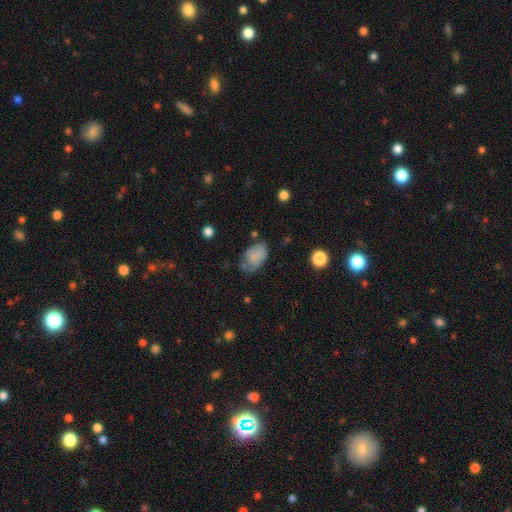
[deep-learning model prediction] Smooth or featured?
  - smooth: 76% *
  - featured or disk: 15%
  - star or artifact: 9%
How rounded?
  - in between: 88% *
  - round: 10%
  - cigar-shaped: 1%
Merging?
  - none: 47% *
  - minor disturbance: 33%
  - major disturbance: 15%
  - merger: 4%